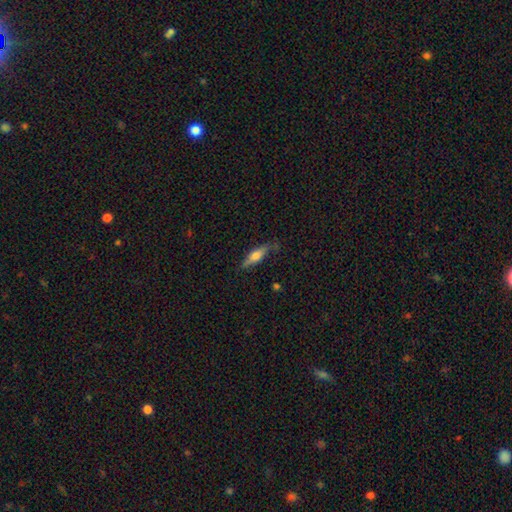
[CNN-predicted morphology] Smooth or featured?
  - smooth: 51% *
  - featured or disk: 43%
  - star or artifact: 6%
How rounded?
  - cigar-shaped: 61% *
  - in between: 37%
  - round: 3%
Merging?
  - none: 75% *
  - minor disturbance: 19%
  - major disturbance: 4%
  - merger: 2%